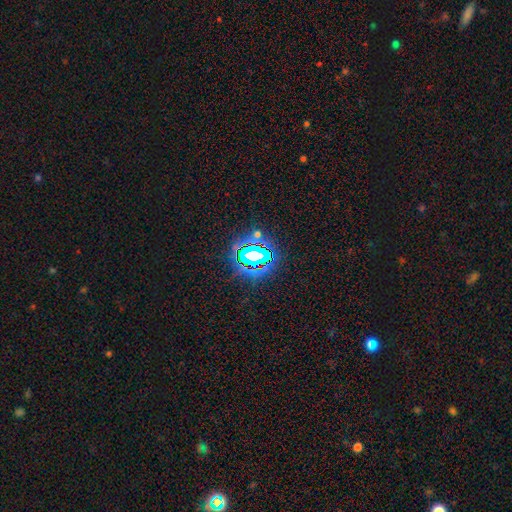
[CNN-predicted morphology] Smooth or featured? star or artifact (71%)